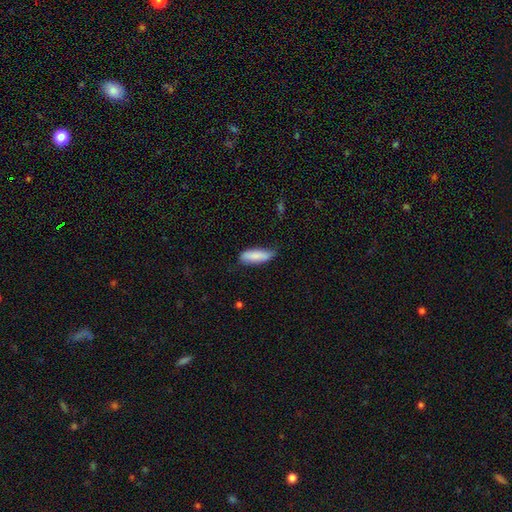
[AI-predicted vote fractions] smooth-or-featured: smooth: 85% | featured or disk: 9% | star or artifact: 6%
  how-rounded: in between: 59% | cigar-shaped: 39% | round: 2%
  merging: none: 61% | minor disturbance: 32% | major disturbance: 6% | merger: 2%